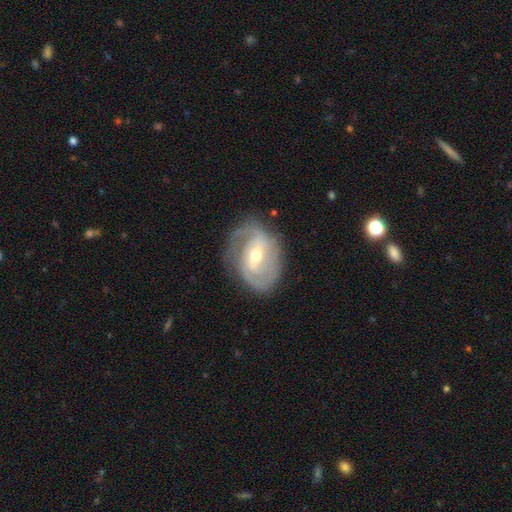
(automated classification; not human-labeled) smooth_or_featured: featured or disk (p=0.84) [alt: smooth p=0.11]
disk_edge_on: no (p=0.97) [alt: yes p=0.03]
bar: weak (p=0.50) [alt: strong p=0.25]
has_spiral_arms: yes (p=0.94) [alt: no p=0.06]
spiral_winding: tight (p=0.42) [tied with: medium p=0.42]
spiral_arm_count: 2 (p=0.60) [alt: can't tell p=0.16]
bulge_size: moderate (p=0.58) [alt: small p=0.37]
merging: none (p=0.71) [alt: minor disturbance p=0.19]